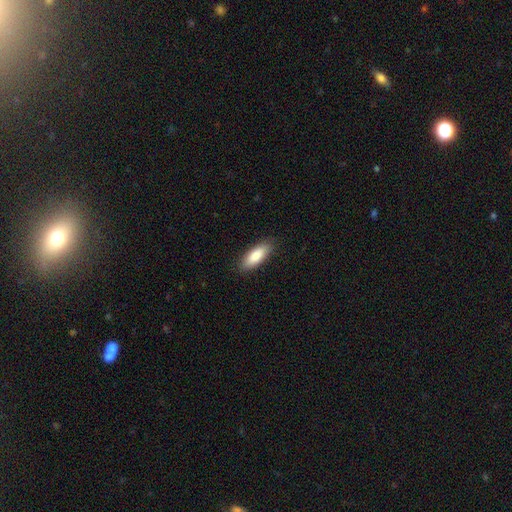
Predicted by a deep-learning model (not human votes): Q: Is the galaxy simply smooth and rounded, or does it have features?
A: smooth — 84%.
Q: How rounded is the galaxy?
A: in between — 65%.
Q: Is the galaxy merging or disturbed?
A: none — 87%.